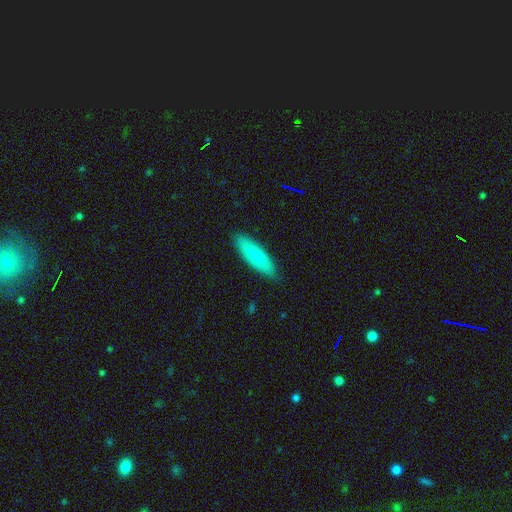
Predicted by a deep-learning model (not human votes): This appears to be a smooth galaxy with no disk features (77%) that is cigar-shaped (52%). Merging: none (86%).